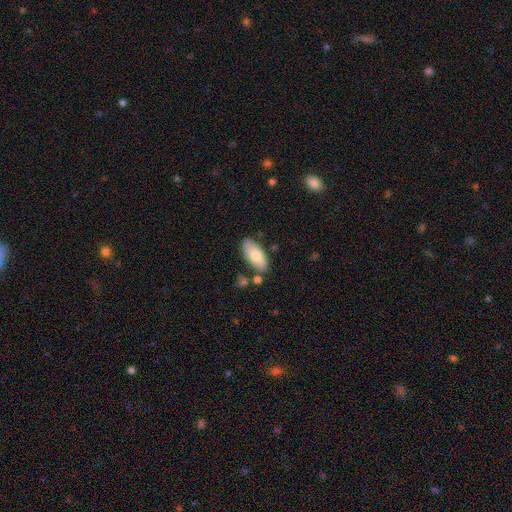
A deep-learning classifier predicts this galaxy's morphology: smooth_or_featured: smooth (p=0.76) [alt: featured or disk p=0.18]
how_rounded: in between (p=0.89) [alt: cigar-shaped p=0.08]
merging: none (p=0.77) [alt: minor disturbance p=0.14]